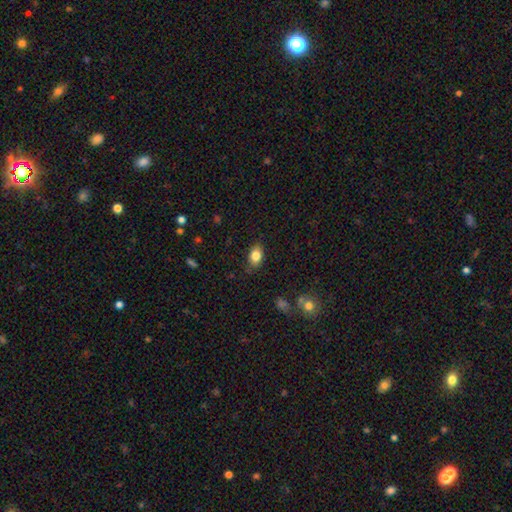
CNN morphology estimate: A smooth galaxy with no disk features (83%) that is in between round and cigar-shaped (82%). Merging: none (80%).